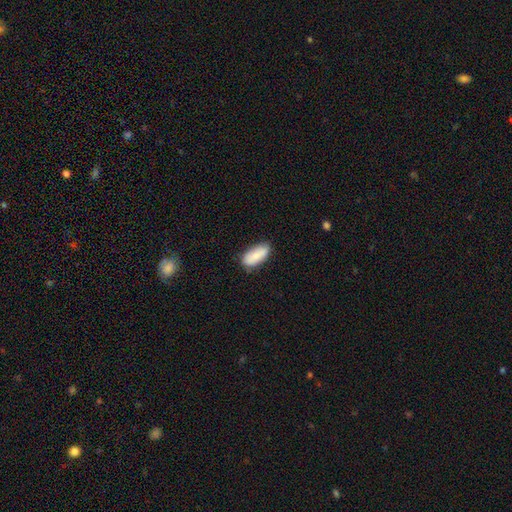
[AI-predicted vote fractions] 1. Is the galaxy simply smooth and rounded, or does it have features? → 85% smooth, 9% featured or disk, 6% star or artifact.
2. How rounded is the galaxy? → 86% in between, 12% cigar-shaped, 2% round.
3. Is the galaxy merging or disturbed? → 79% none, 17% minor disturbance, 3% major disturbance, 1% merger.